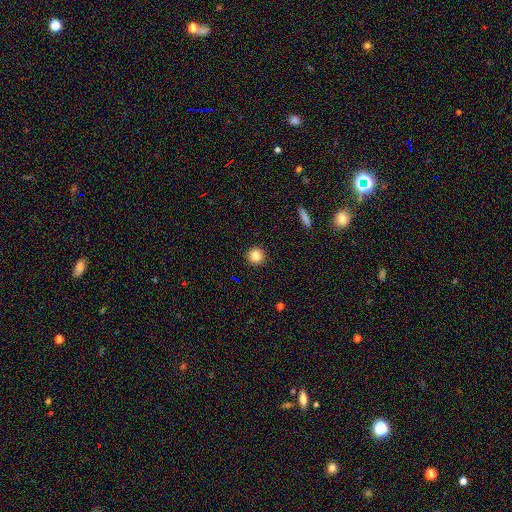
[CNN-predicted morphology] type=smooth (83%); roundness=round (96%); merging=none (93%).